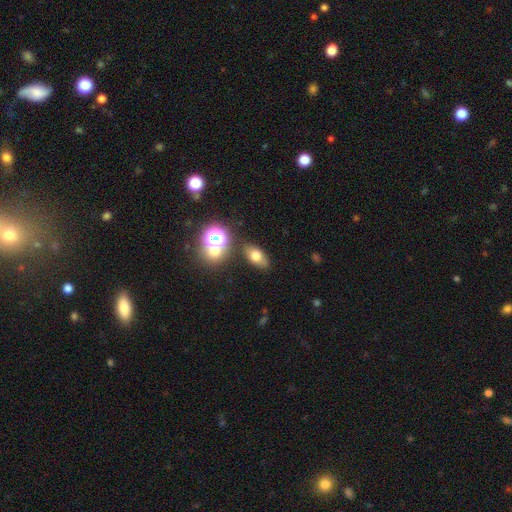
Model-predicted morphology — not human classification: This is likely a smooth galaxy (68%). How rounded: clearly in between (80%). Merging: likely none (78%).